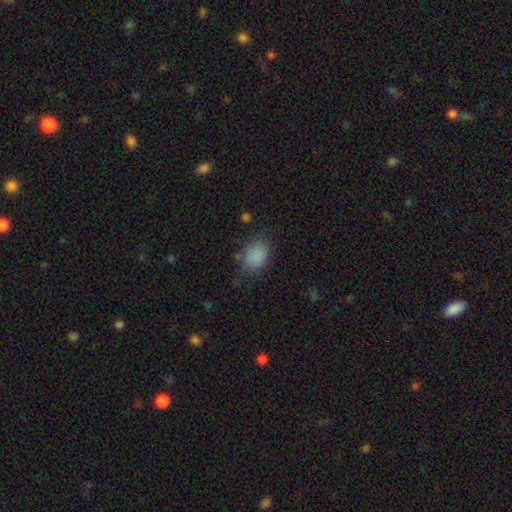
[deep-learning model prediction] smooth-or-featured: smooth: 85% | star or artifact: 10% | featured or disk: 5%
  how-rounded: in between: 73% | round: 26% | cigar-shaped: 1%
  merging: none: 72% | minor disturbance: 19% | major disturbance: 7% | merger: 2%